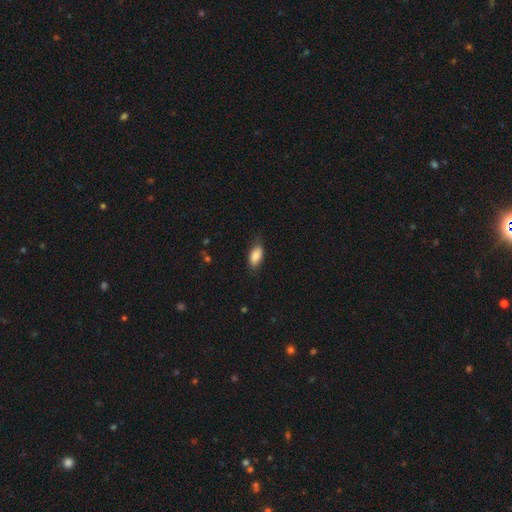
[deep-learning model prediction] smooth-or-featured: smooth: 85% | featured or disk: 8% | star or artifact: 7%
  how-rounded: in between: 90% | cigar-shaped: 7% | round: 3%
  merging: none: 71% | minor disturbance: 23% | major disturbance: 5% | merger: 1%